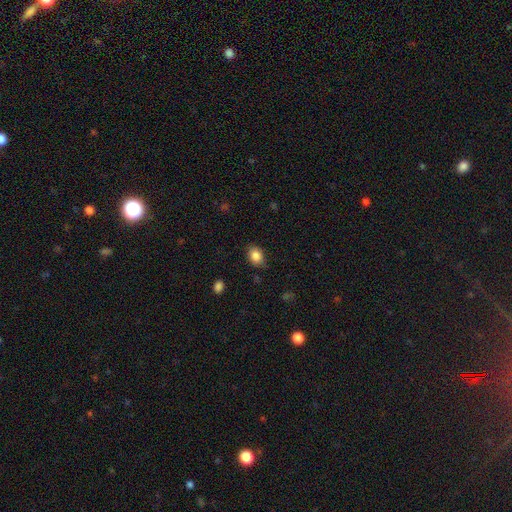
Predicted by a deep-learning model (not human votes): Overall: smooth (85%). How rounded: in between (67%; round 32%). Merging: none (81%).